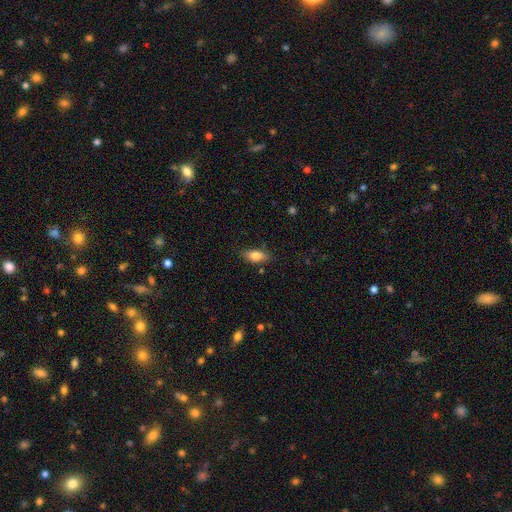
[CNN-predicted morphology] A smooth galaxy with no disk features (79%) that is in between round and cigar-shaped (84%). Merging: none (82%).